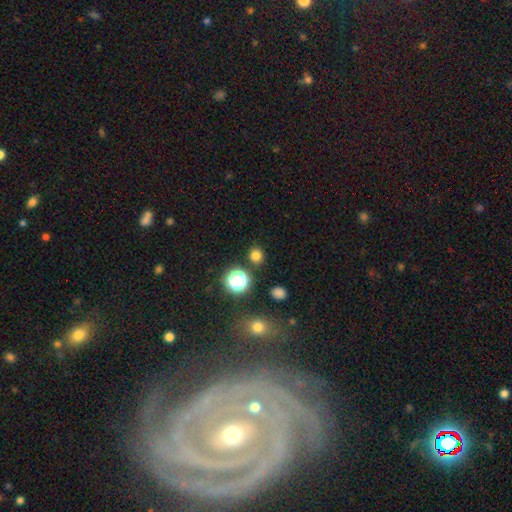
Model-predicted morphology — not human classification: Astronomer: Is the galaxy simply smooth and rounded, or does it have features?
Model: smooth — 76%.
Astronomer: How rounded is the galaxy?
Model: round — 83%.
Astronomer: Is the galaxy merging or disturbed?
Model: none — 86%.